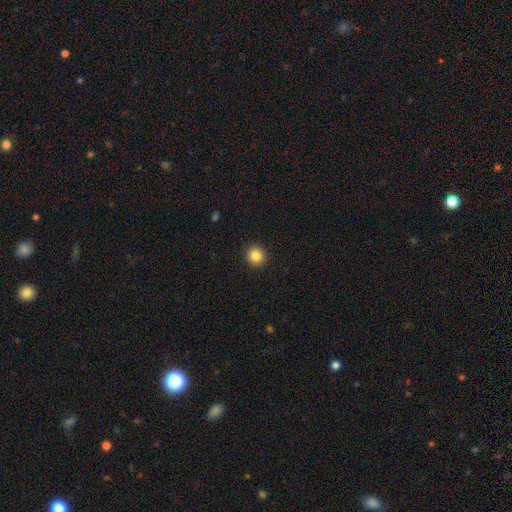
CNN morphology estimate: smooth 86%, star or artifact 10%, featured or disk 4%. Down the decision tree: how rounded — round (94%); merging — none (93%).